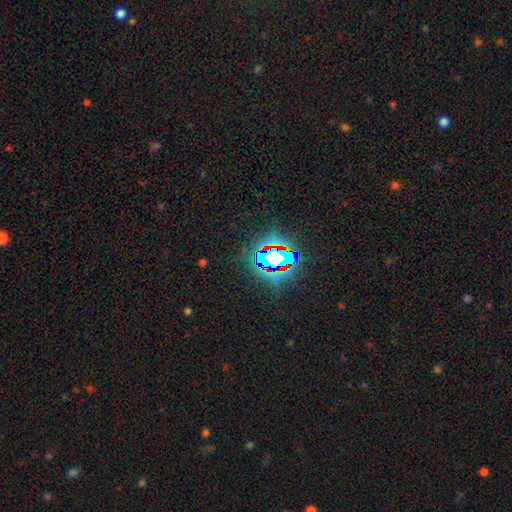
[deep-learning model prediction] This appears to be a star or artifact, not a galaxy (84%).